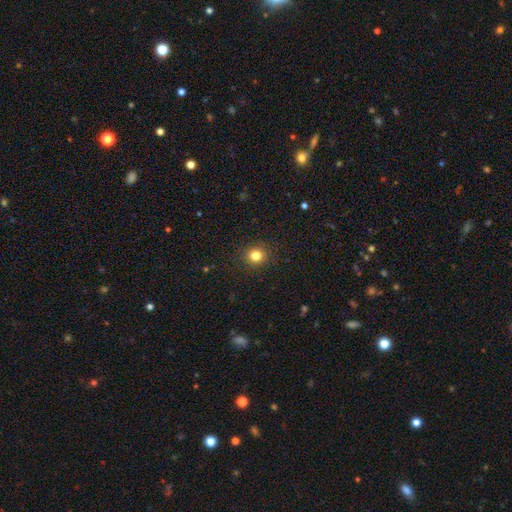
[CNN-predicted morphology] A smooth galaxy with no disk features (81%) that is round (88%).

Vote fractions:
- Smooth or featured? smooth: 81% / star or artifact: 13% / featured or disk: 6%
- How rounded? round: 88% / in between: 11% / cigar-shaped: 1%
- Merging? none: 91% / minor disturbance: 6% / major disturbance: 2% / merger: 1%